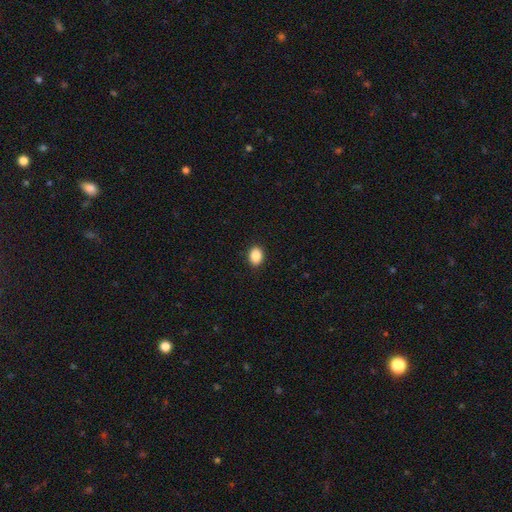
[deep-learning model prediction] Smooth or featured? smooth (88%)
How rounded? in between (65%)
Merging? none (91%)